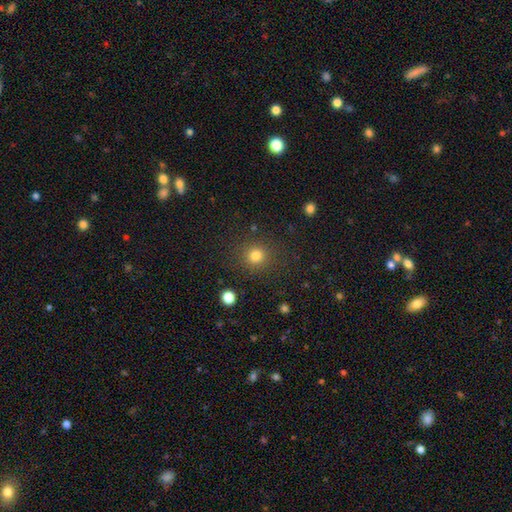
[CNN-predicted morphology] The model was most divided on "smooth or featured": smooth: 81%, star or artifact: 14%, featured or disk: 5%. More confident: how rounded — round (91%); merging — none (87%).